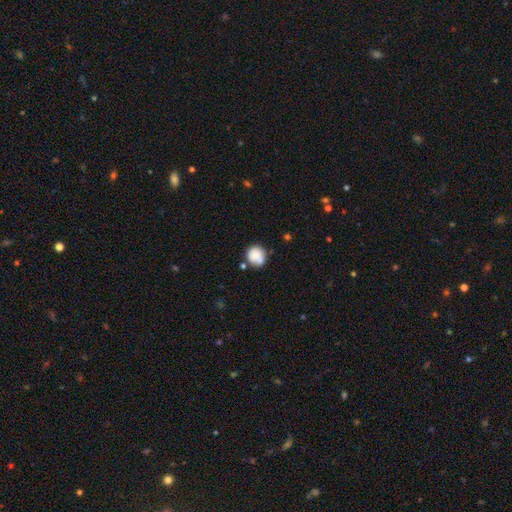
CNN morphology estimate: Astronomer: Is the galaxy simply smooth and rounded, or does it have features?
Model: smooth — 81%.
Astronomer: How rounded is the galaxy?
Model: round — 87%.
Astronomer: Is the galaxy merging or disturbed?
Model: none — 63%.